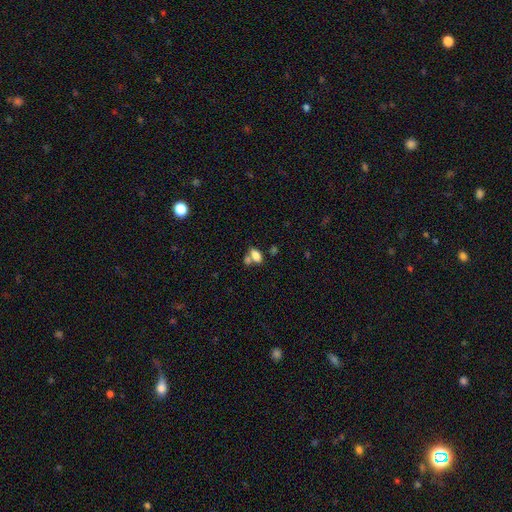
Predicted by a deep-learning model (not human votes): smooth-or-featured: smooth: 80% | featured or disk: 11% | star or artifact: 9%
  how-rounded: in between: 89% | round: 7% | cigar-shaped: 4%
  merging: none: 45% | merger: 39% | minor disturbance: 11% | major disturbance: 5%